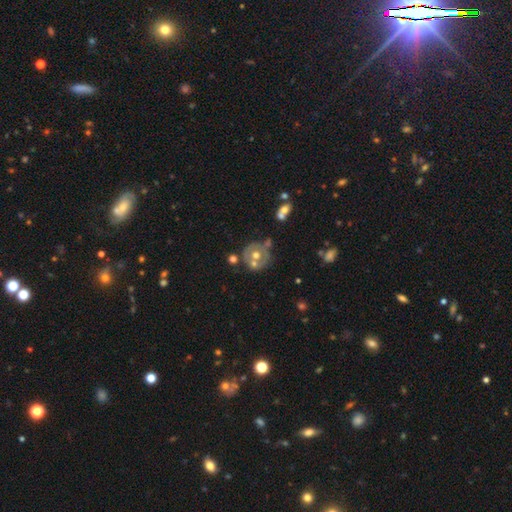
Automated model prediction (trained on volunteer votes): The model was most divided on "smooth or featured": featured or disk: 57%, smooth: 34%, star or artifact: 9%. More confident: edge-on disk — no (96%); bar — no (88%); bulge size — moderate (78%); spiral arms — no (75%); merging — none (55%).